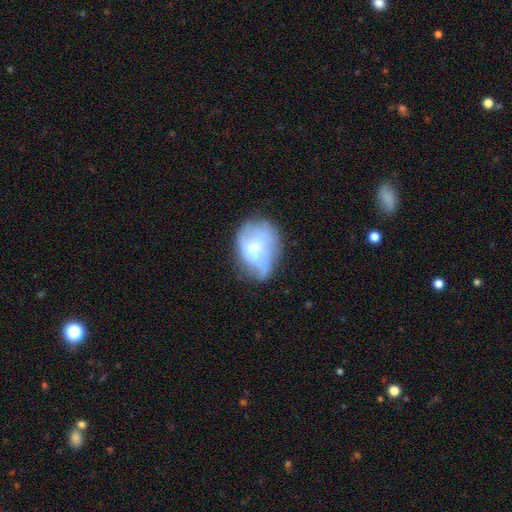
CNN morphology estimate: Smooth or featured? Predicted: smooth (p=0.46). Merging? Predicted: none (p=0.31).